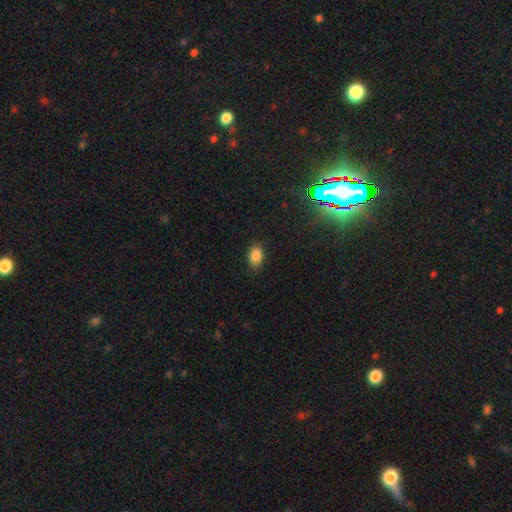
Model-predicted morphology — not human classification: The model was most divided on "how rounded": in between: 84%, round: 14%, cigar-shaped: 1%. More confident: merging — none (86%); smooth or featured — smooth (85%).